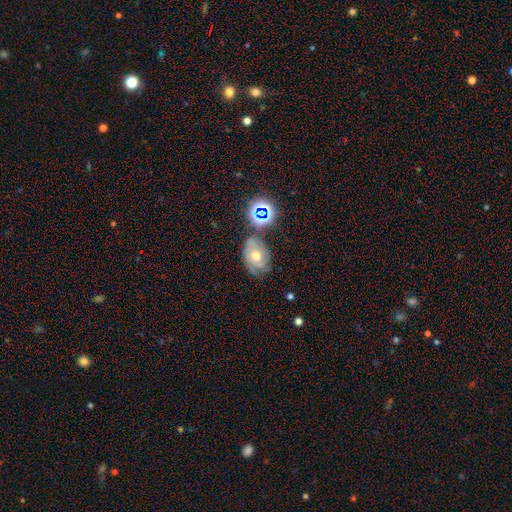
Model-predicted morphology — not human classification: Smooth or featured?
  - featured or disk: 53% *
  - smooth: 27%
  - star or artifact: 20%
Edge-on disk?
  - no: 94% *
  - yes: 6%
Bar?
  - no: 78% *
  - weak: 17%
  - strong: 5%
Spiral arms?
  - yes: 76% *
  - no: 24%
Bulge size?
  - moderate: 74% *
  - small: 17%
  - large: 6%
  - none: 1%
  - dominant: 1%
Merging?
  - none: 55% *
  - minor disturbance: 25%
  - major disturbance: 11%
  - merger: 9%